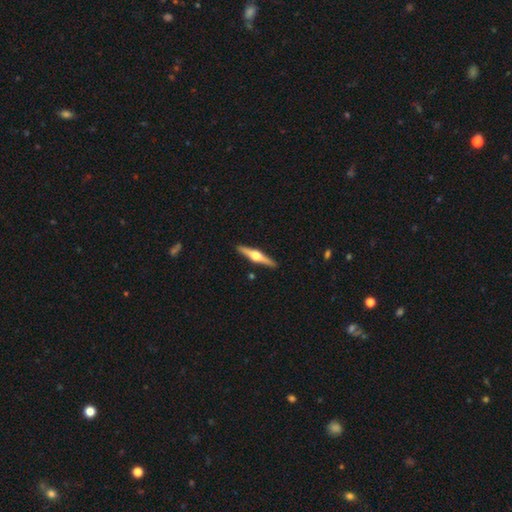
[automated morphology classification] This appears to be a featured or disk galaxy (77%) viewed edge-on (98%) with a rounded central bulge (95%). Merging: none (92%).